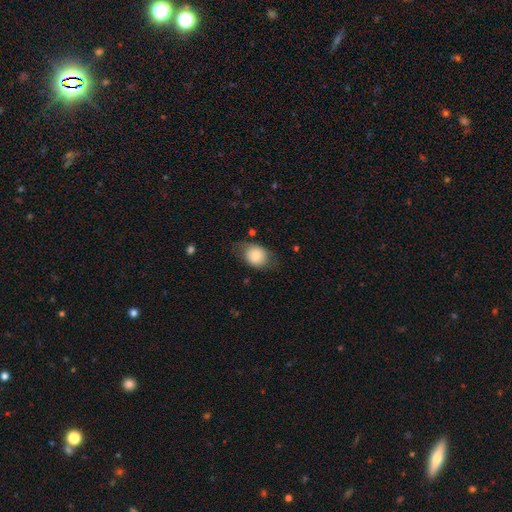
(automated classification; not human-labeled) Smooth or featured? Predicted: smooth (p=0.78). How rounded? Predicted: in between (p=0.52). Merging? Predicted: none (p=0.65).